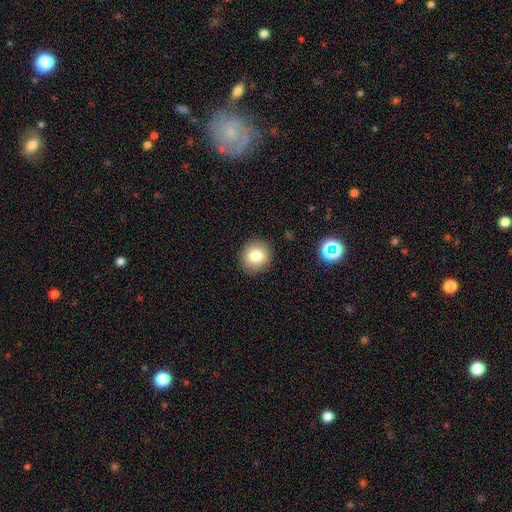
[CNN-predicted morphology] Overall: smooth (80%). How rounded: round (88%). Merging: none (91%).